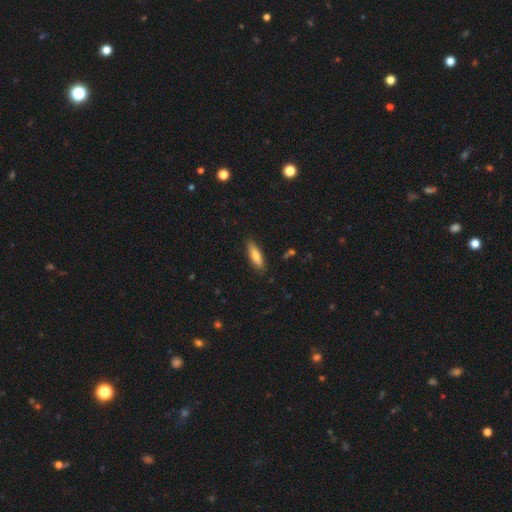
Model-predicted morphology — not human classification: A smooth galaxy with no disk features (76%) that is cigar-shaped (58%).

Vote fractions:
- Smooth or featured? smooth: 76% / featured or disk: 18% / star or artifact: 6%
- How rounded? cigar-shaped: 58% / in between: 40% / round: 2%
- Merging? none: 87% / minor disturbance: 10% / major disturbance: 2% / merger: 1%